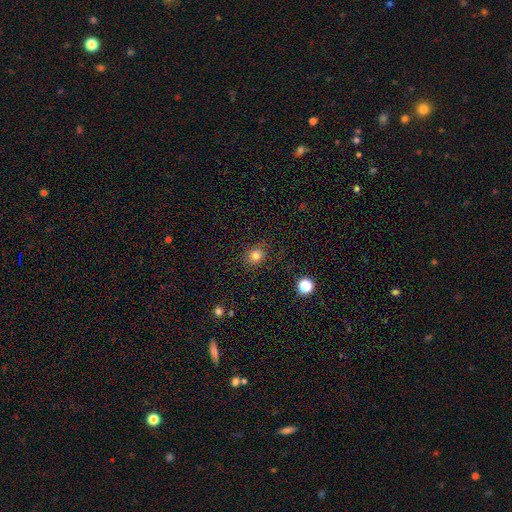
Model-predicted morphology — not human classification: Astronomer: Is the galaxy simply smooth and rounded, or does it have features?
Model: smooth — 79%.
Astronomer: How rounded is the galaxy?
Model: round — 66%.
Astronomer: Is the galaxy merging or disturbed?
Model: none — 82%.